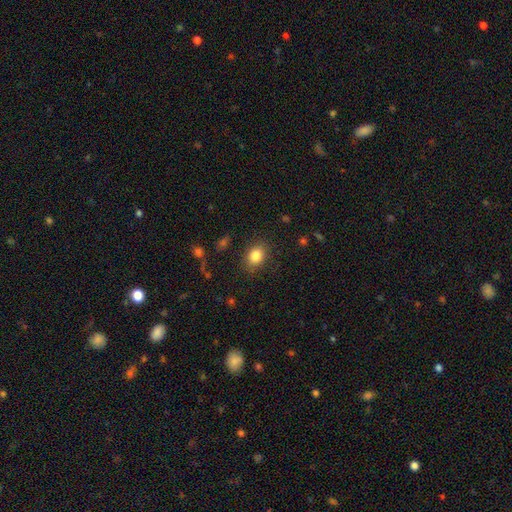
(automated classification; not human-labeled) smooth-or-featured: smooth: 84% | star or artifact: 10% | featured or disk: 7%
  how-rounded: in between: 62% | round: 37% | cigar-shaped: 1%
  merging: none: 84% | minor disturbance: 11% | major disturbance: 3% | merger: 1%